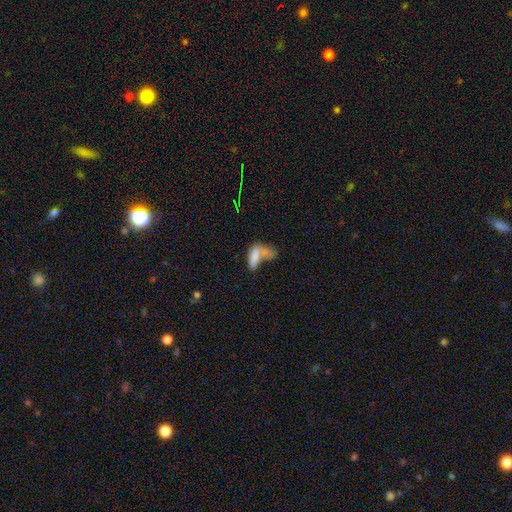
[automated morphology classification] Q: Smooth or featured?
A: smooth (71%); runner-up: featured or disk (18%)
Q: How rounded?
A: in between (73%); runner-up: cigar-shaped (23%)
Q: Merging?
A: merger (52%); runner-up: none (19%)